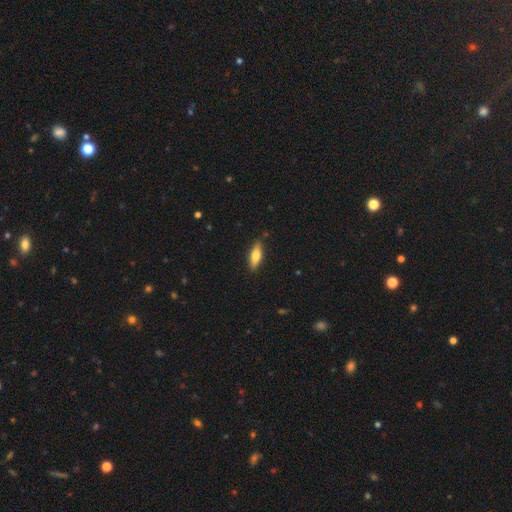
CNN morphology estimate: Smooth or featured? smooth (67%)
How rounded? in between (53%)
Merging? none (85%)